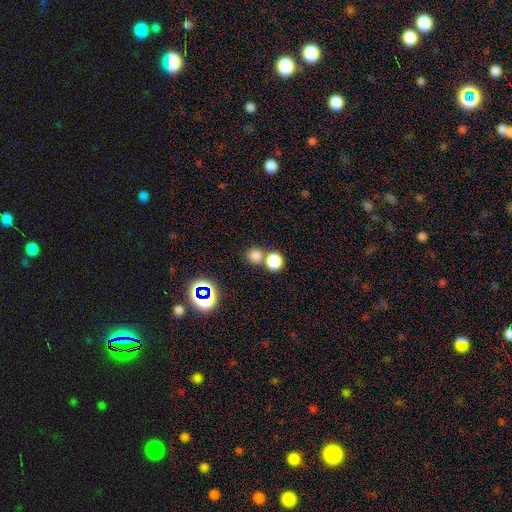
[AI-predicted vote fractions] This appears to be a smooth galaxy with no disk features (77%) that is round (89%). Merging: none (58%).